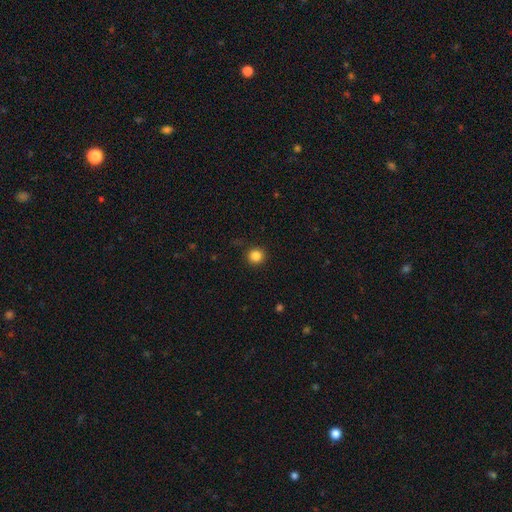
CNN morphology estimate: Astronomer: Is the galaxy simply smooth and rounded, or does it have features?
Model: smooth — 85%.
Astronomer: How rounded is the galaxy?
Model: round — 93%.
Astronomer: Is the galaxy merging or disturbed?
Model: none — 90%.